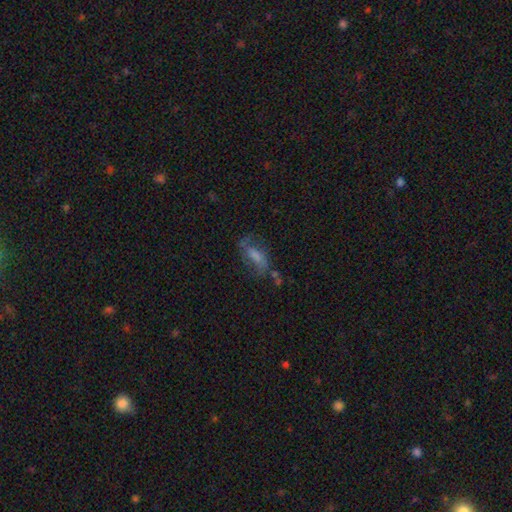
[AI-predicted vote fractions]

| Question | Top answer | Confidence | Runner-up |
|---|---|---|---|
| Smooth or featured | featured or disk | 51% | smooth (34%) |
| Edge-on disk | no | 88% | yes (12%) |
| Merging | none | 55% | minor disturbance (22%) |